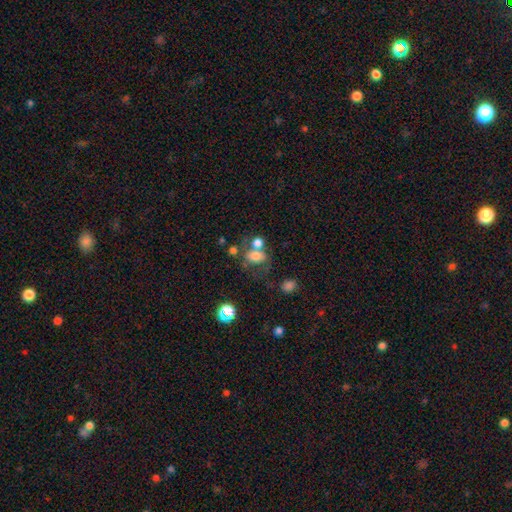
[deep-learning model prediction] Morphology: type=smooth (65%); roundness=in between (65%); merging=merger (37%).